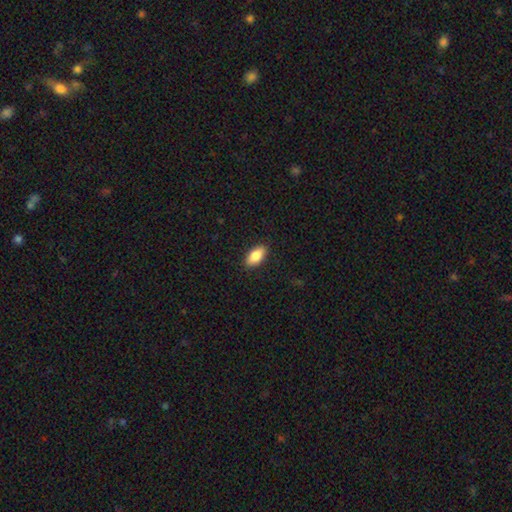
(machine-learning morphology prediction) This appears to be a smooth galaxy with no disk features (84%) that is in between round and cigar-shaped (91%). Merging: none (88%).